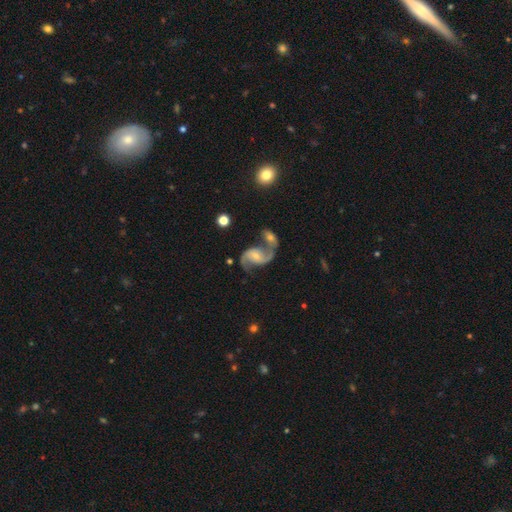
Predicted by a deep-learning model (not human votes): A featured or disk galaxy (86%) with no bar (45%), 2 (91%) loose (48%) spiral arms (96%) and a small central bulge (50%). Merging: merger (44%).